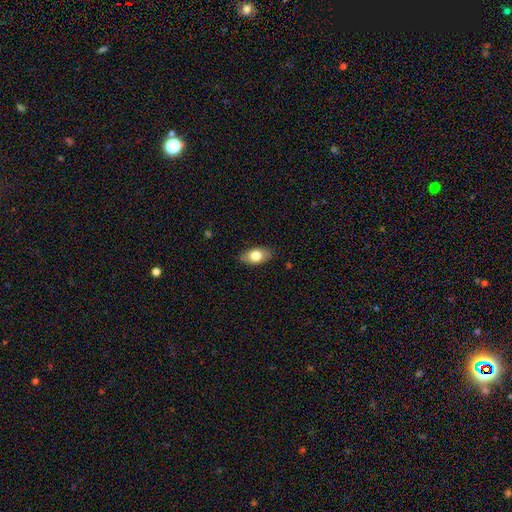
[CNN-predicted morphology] Smooth or featured? smooth (76%)
How rounded? in between (90%)
Merging? none (85%)